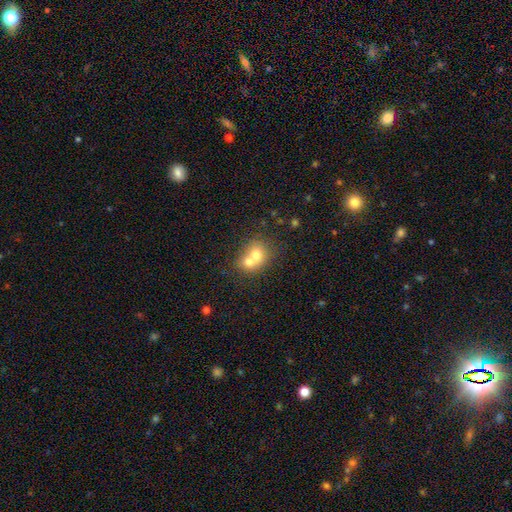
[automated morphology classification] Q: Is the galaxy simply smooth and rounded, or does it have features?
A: smooth — 67%.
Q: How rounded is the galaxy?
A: round — 67%.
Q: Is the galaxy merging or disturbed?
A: merger — 70%.